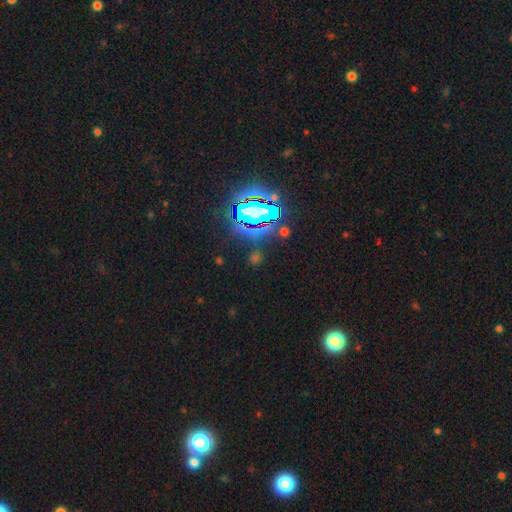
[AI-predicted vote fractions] This is likely a star or artifact rather than a galaxy (72%).